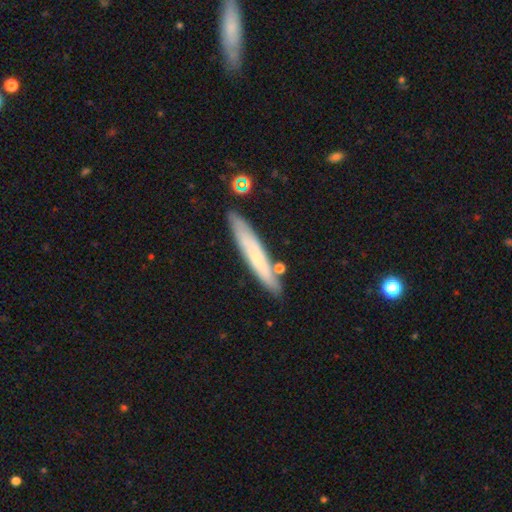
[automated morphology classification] Smooth or featured?
  - smooth: 60% *
  - featured or disk: 33%
  - star or artifact: 7%
How rounded?
  - cigar-shaped: 93% *
  - in between: 6%
  - round: 1%
Merging?
  - none: 82% *
  - minor disturbance: 11%
  - merger: 5%
  - major disturbance: 2%